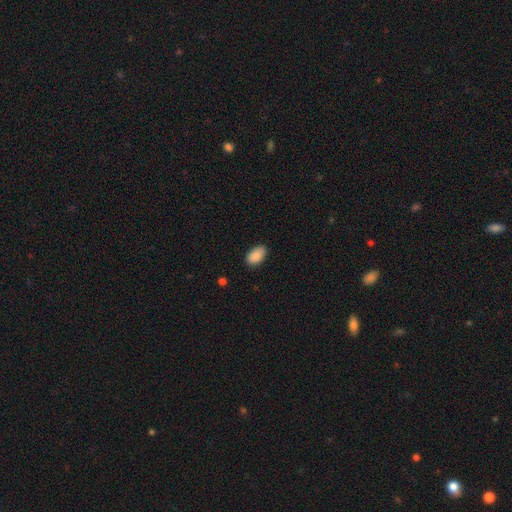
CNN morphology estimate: Smooth or featured: smooth — 90% (star or artifact — 7%)
How rounded: in between — 94% (round — 5%)
Merging: none — 84% (minor disturbance — 12%)